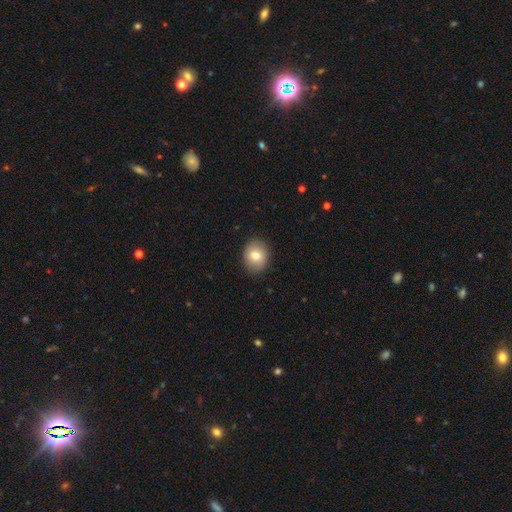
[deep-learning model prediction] Smooth or featured? Predicted: smooth (p=0.79). How rounded? Predicted: round (p=0.58). Merging? Predicted: none (p=0.89).